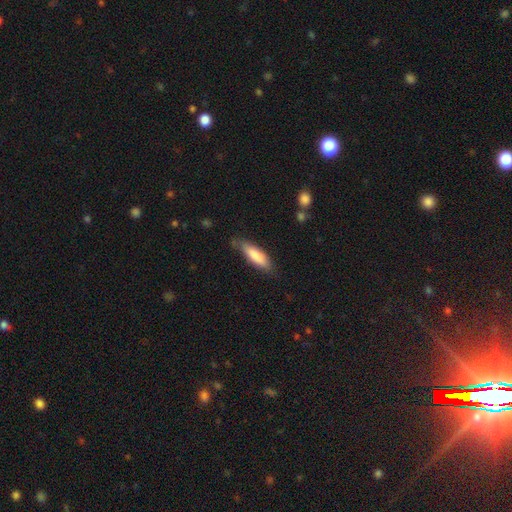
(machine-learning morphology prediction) Smooth or featured: smooth — 81% (featured or disk — 14%)
How rounded: cigar-shaped — 60% (in between — 39%)
Merging: none — 73% (minor disturbance — 21%)